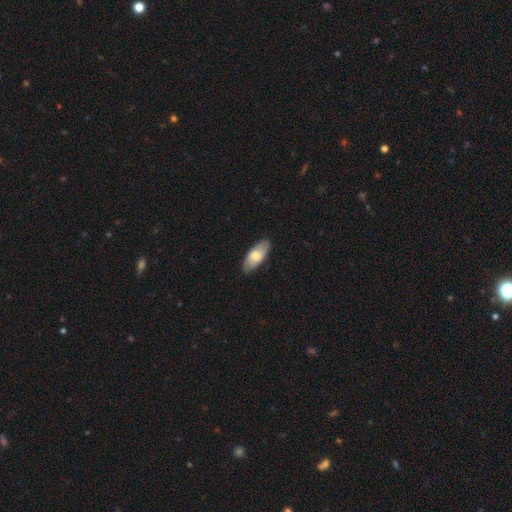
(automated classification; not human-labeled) smooth 70%, featured or disk 25%, star or artifact 5%. Down the decision tree: how rounded — in between (87%); merging — none (85%).